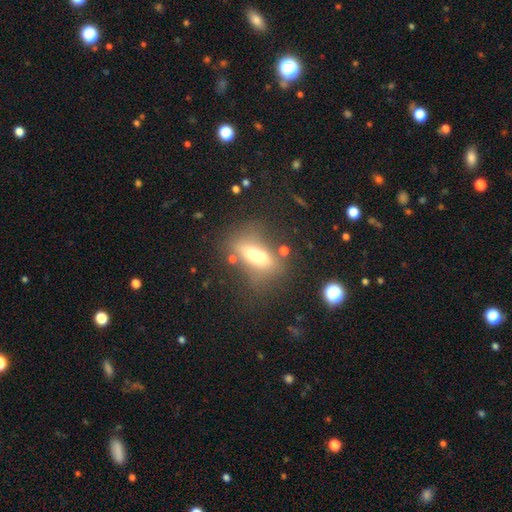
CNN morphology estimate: type=smooth (57%); roundness=in between (67%); merging=none (62%).